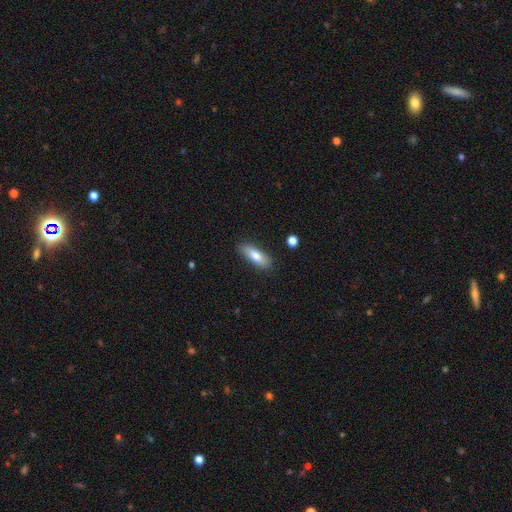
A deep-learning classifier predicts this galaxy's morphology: Smooth or featured: smooth — 79% (featured or disk — 15%)
How rounded: in between — 60% (cigar-shaped — 38%)
Merging: none — 83% (minor disturbance — 13%)